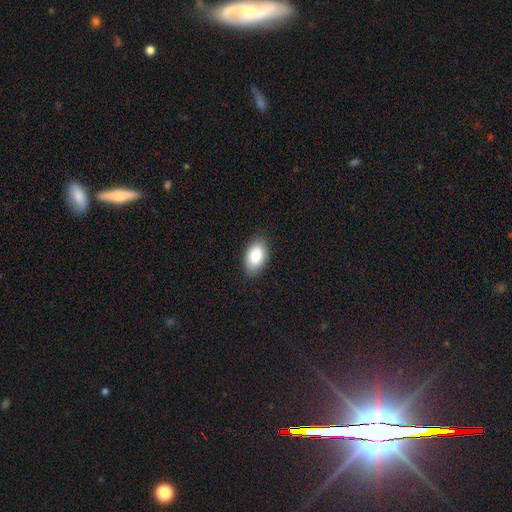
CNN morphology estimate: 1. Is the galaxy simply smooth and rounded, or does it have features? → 85% smooth, 9% featured or disk, 7% star or artifact.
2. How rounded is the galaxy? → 94% in between, 4% round, 2% cigar-shaped.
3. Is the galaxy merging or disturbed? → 86% none, 11% minor disturbance, 2% major disturbance, 1% merger.